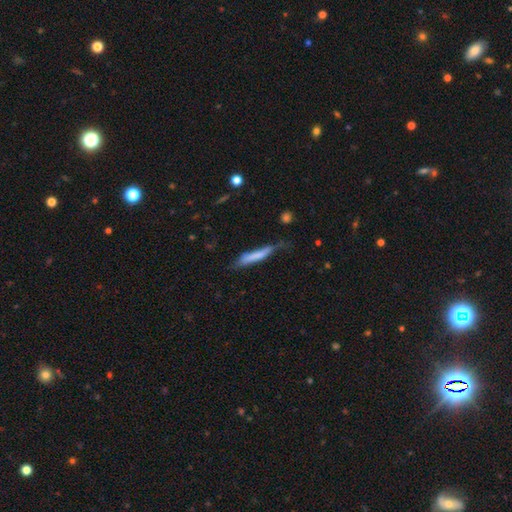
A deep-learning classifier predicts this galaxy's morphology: Smooth or featured? Predicted: smooth (p=0.67). How rounded? Predicted: cigar-shaped (p=0.91). Merging? Predicted: none (p=0.46).